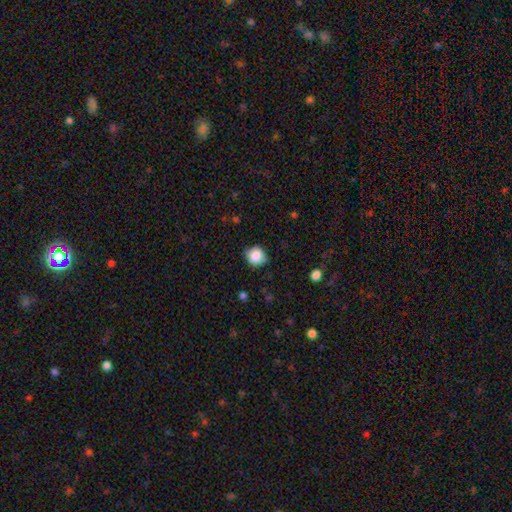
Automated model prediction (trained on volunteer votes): This is clearly a smooth galaxy (86%). How rounded: clearly round (83%). Merging: likely none (79%).